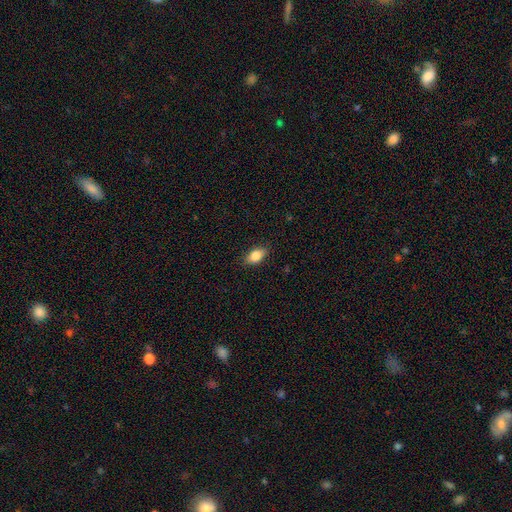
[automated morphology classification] Smooth or featured?
  - smooth: 83% *
  - featured or disk: 10%
  - star or artifact: 8%
How rounded?
  - in between: 87% *
  - round: 7%
  - cigar-shaped: 6%
Merging?
  - none: 85% *
  - minor disturbance: 11%
  - major disturbance: 2%
  - merger: 1%